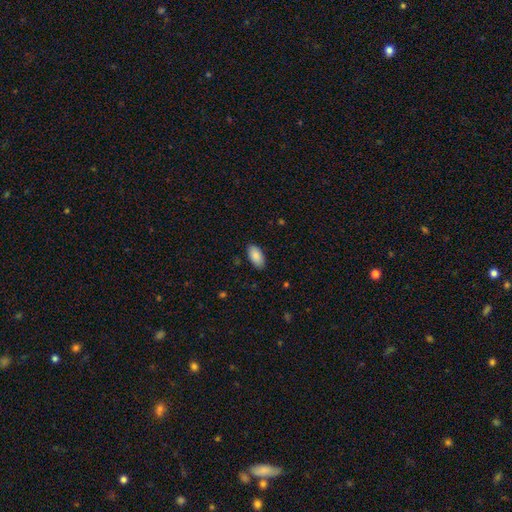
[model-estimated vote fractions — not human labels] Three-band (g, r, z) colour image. It shows a smooth galaxy with no disk features (88%) that is in between round and cigar-shaped (95%). Merging: none (87%).